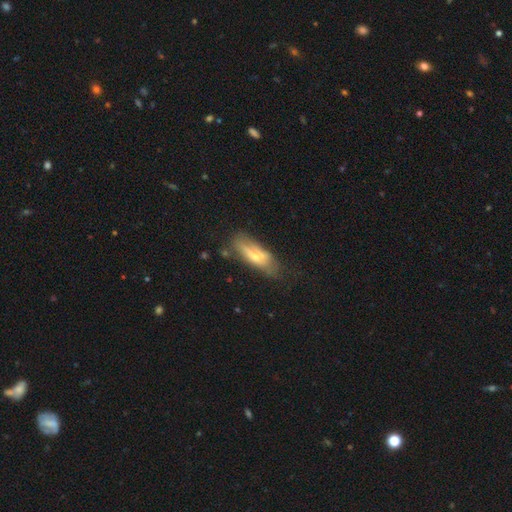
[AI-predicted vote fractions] The model was most divided on "smooth or featured": smooth: 52%, featured or disk: 40%, star or artifact: 8%. More confident: how rounded — in between (57%); merging — none (52%).